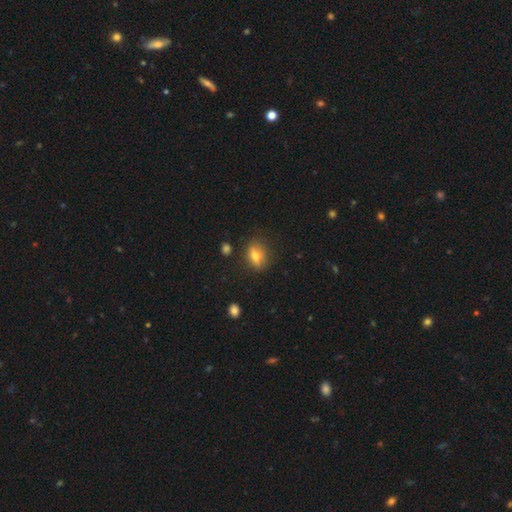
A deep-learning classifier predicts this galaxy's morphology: type=smooth (63%); roundness=in between (65%); merging=none (78%).